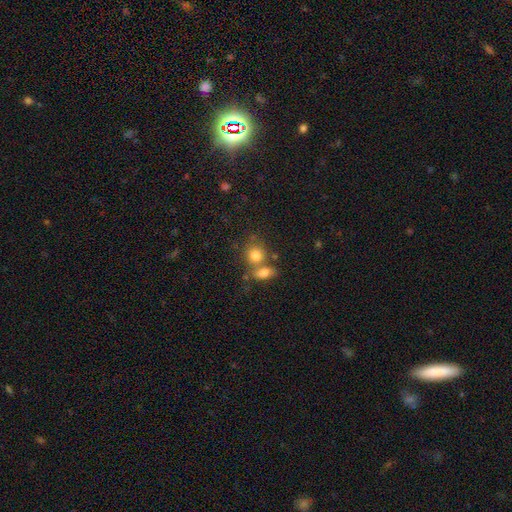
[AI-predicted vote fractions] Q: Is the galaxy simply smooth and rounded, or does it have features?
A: smooth — 79%.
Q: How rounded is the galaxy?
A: round — 68%.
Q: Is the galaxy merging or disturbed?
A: none — 43%, tied with merger.